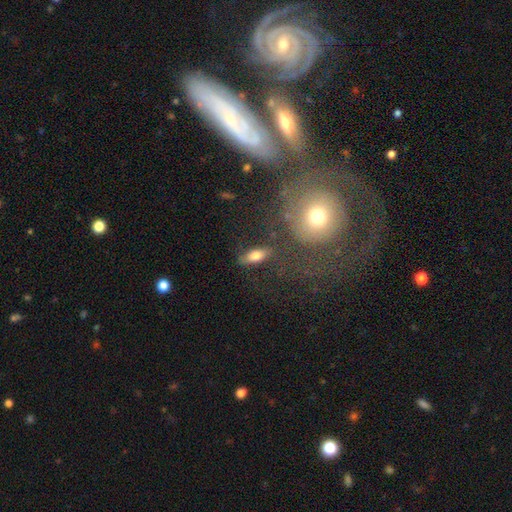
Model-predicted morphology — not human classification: Smooth or featured: smooth — 76% (featured or disk — 16%)
How rounded: in between — 76% (cigar-shaped — 20%)
Merging: none — 77% (minor disturbance — 14%)